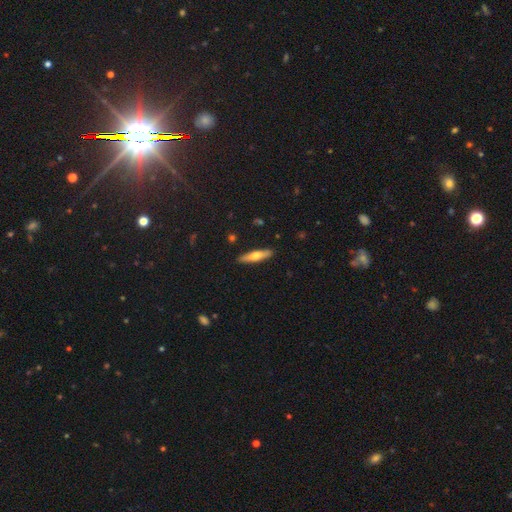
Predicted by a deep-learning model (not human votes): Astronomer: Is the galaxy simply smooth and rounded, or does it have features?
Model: smooth — 50% (runner-up: featured or disk, 44%).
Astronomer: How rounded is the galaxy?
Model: cigar-shaped — 78%.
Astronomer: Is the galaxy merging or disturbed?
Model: none — 90%.